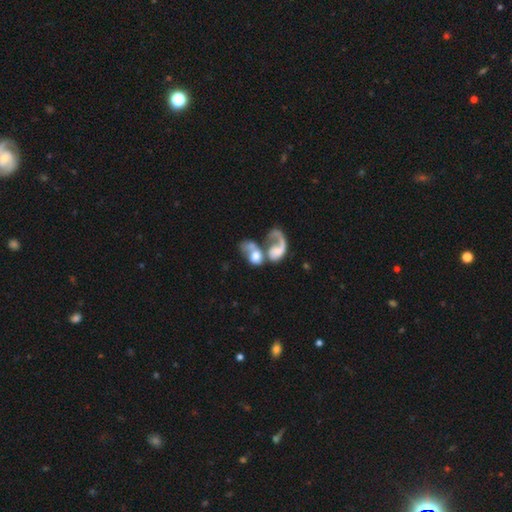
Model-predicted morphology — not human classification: This appears to be a featured or disk galaxy (51%). Merging: merger (70%).